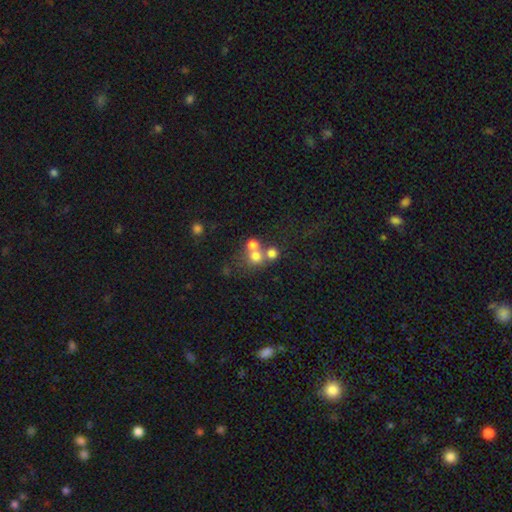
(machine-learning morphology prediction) smooth 66%, featured or disk 18%, star or artifact 16%. Down the decision tree: how rounded — round (85%); merging — merger (49%).